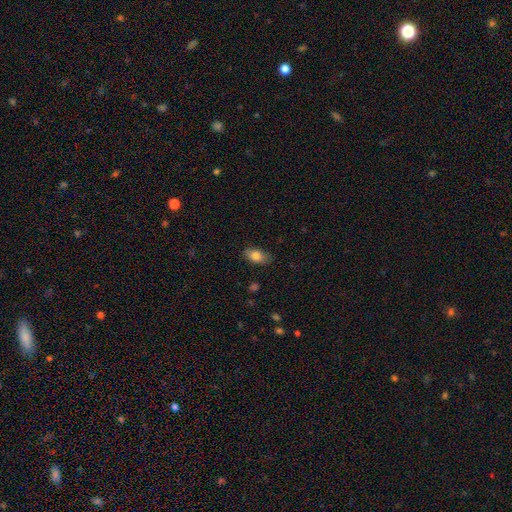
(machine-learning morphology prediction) Q: Smooth or featured?
A: smooth (81%); runner-up: featured or disk (11%)
Q: How rounded?
A: in between (90%); runner-up: round (7%)
Q: Merging?
A: none (84%); runner-up: minor disturbance (13%)